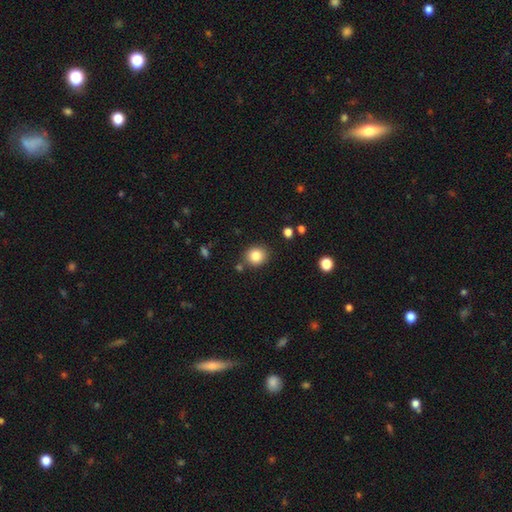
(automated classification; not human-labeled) This is clearly a smooth galaxy (84%). How rounded: clearly round (81%). Merging: clearly none (83%).